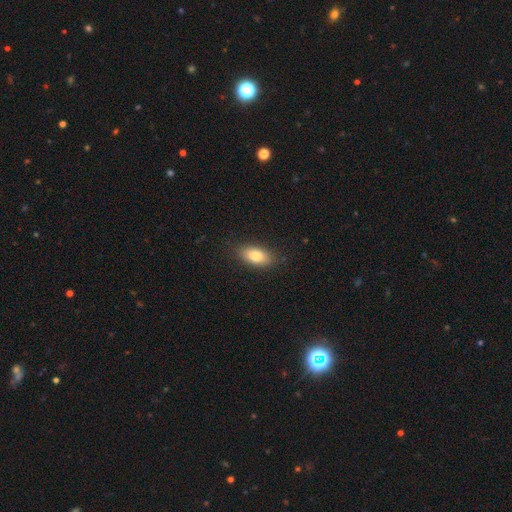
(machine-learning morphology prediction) type=smooth (82%); roundness=in between (88%); merging=none (86%).